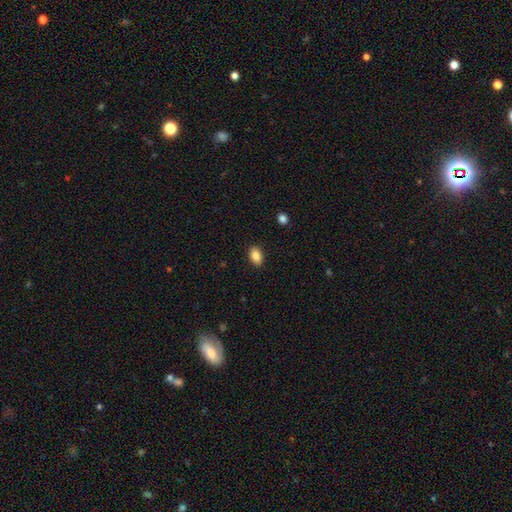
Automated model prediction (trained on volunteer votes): A smooth galaxy with no disk features (86%) that is in between round and cigar-shaped (87%).

Vote fractions:
- Smooth or featured? smooth: 86% / star or artifact: 8% / featured or disk: 5%
- How rounded? in between: 87% / round: 11% / cigar-shaped: 2%
- Merging? none: 89% / minor disturbance: 8% / major disturbance: 2% / merger: 1%